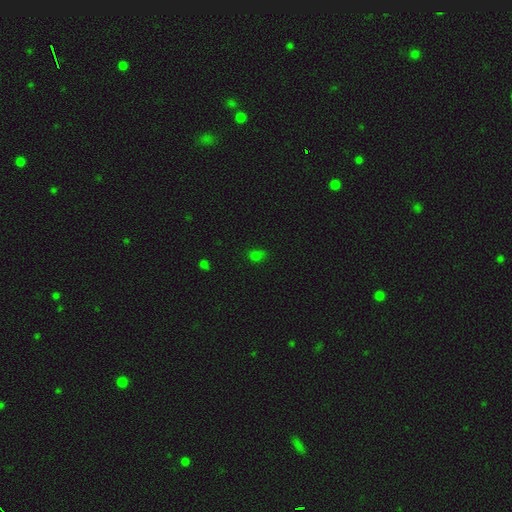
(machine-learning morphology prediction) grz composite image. It shows a smooth galaxy with no disk features (70%) that is round (54%). Merging: none (71%).